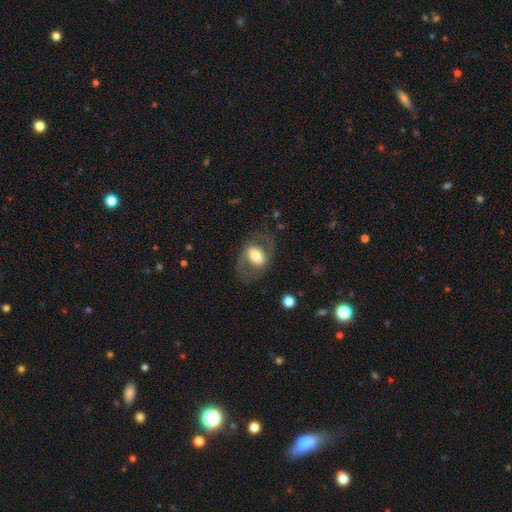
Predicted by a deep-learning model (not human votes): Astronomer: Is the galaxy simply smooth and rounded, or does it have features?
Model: featured or disk — 46%, tied with smooth at 46%.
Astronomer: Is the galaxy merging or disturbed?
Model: none — 66%.